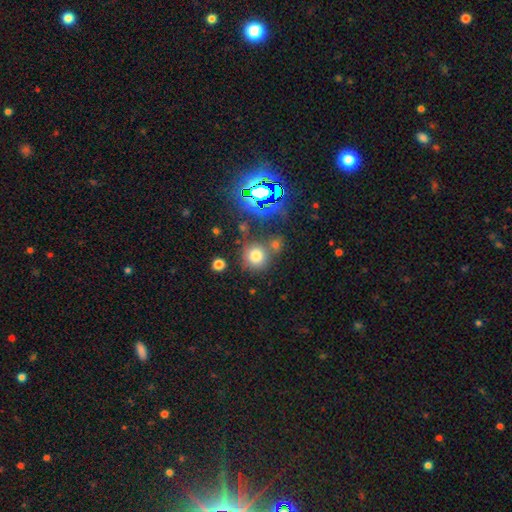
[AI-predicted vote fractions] Smooth or featured: smooth — 72% (star or artifact — 21%)
How rounded: round — 89% (in between — 10%)
Merging: none — 67% (merger — 18%)